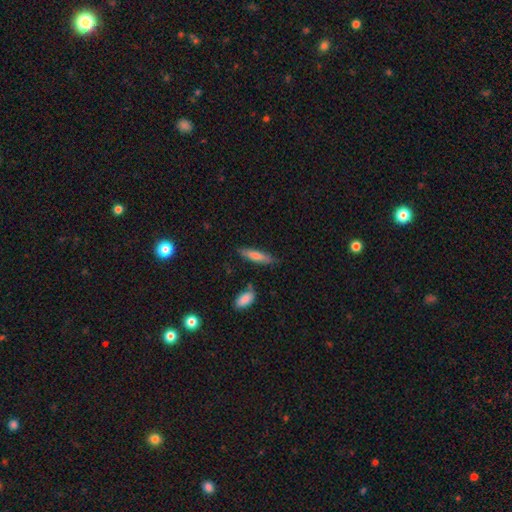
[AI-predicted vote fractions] A smooth galaxy with no disk features (67%) that is cigar-shaped (79%).

Vote fractions:
- Smooth or featured? smooth: 67% / featured or disk: 27% / star or artifact: 7%
- How rounded? cigar-shaped: 79% / in between: 19% / round: 2%
- Merging? none: 80% / minor disturbance: 14% / merger: 3% / major disturbance: 3%